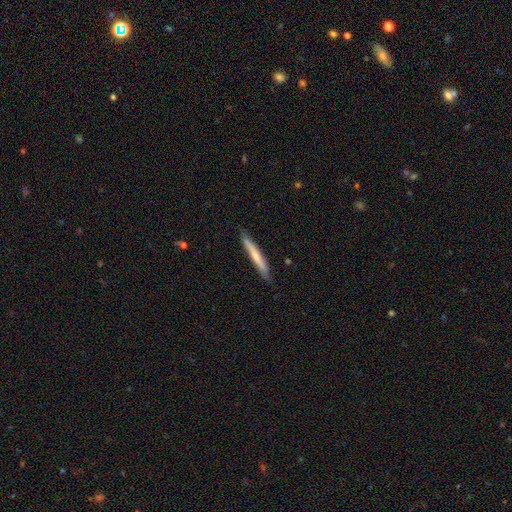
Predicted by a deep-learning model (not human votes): Q: Smooth or featured?
A: smooth (54%); runner-up: featured or disk (41%)
Q: How rounded?
A: cigar-shaped (96%); runner-up: in between (3%)
Q: Merging?
A: none (86%); runner-up: minor disturbance (11%)